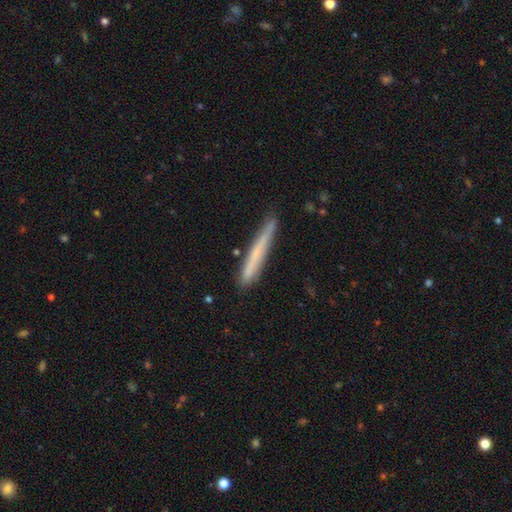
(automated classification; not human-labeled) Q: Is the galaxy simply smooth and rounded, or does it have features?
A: smooth — 62%.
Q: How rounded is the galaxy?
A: cigar-shaped — 97%.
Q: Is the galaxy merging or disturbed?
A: none — 83%.